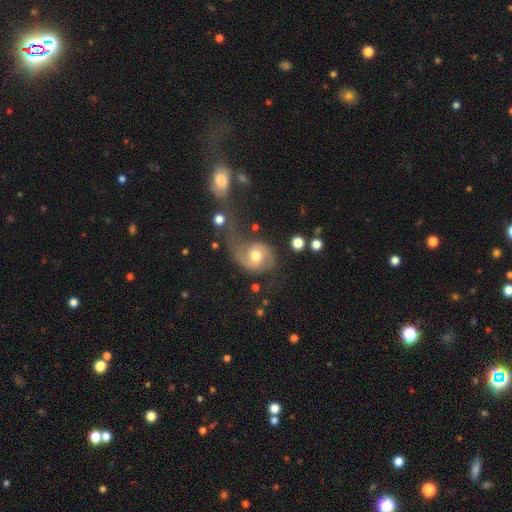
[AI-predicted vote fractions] Smooth or featured: featured or disk — 69% (smooth — 24%)
Edge-on disk: no — 97% (yes — 3%)
Bar: no — 66% (weak — 28%)
Spiral arms: yes — 91% (no — 9%)
Spiral winding: loose — 44% (medium — 41%)
Spiral arm count: 2 — 82% (1 — 10%)
Bulge size: moderate — 72% (small — 14%)
Merging: none — 38% (major disturbance — 31%)